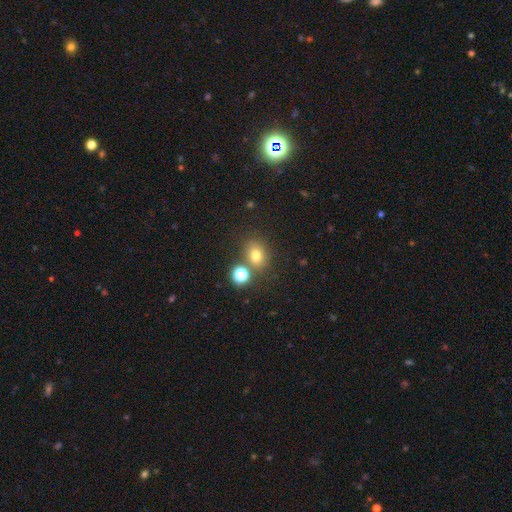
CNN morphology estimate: A smooth galaxy with no disk features (73%) that is round (55%).

Vote fractions:
- Smooth or featured? smooth: 73% / star or artifact: 18% / featured or disk: 9%
- How rounded? round: 55% / in between: 44% / cigar-shaped: 1%
- Merging? none: 68% / merger: 15% / minor disturbance: 12% / major disturbance: 5%